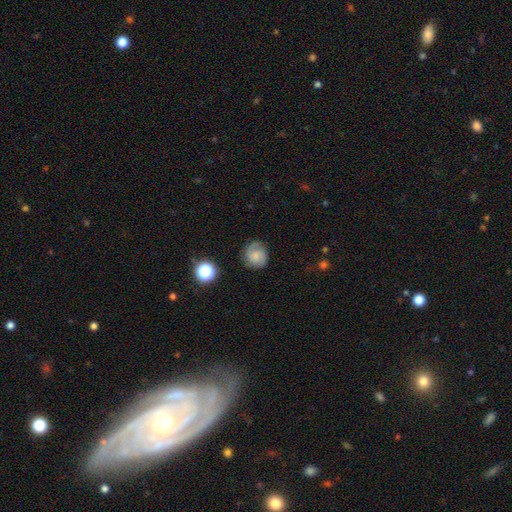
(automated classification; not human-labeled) This appears to be a featured or disk galaxy (46%). Merging: none (73%).